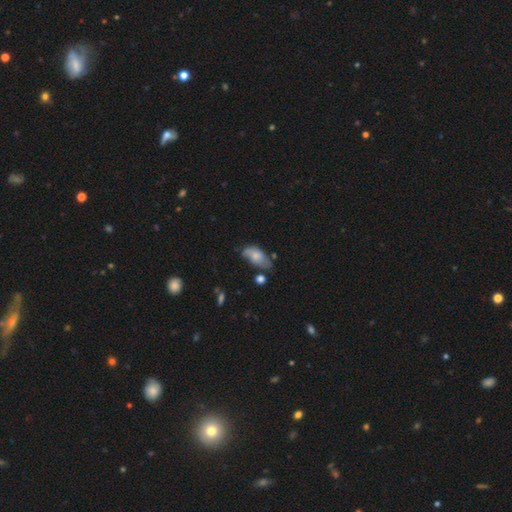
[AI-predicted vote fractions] The model was most divided on "merging": none: 45%, minor disturbance: 37%, major disturbance: 11%, merger: 6%. More confident: how rounded — in between (91%); smooth or featured — smooth (65%).